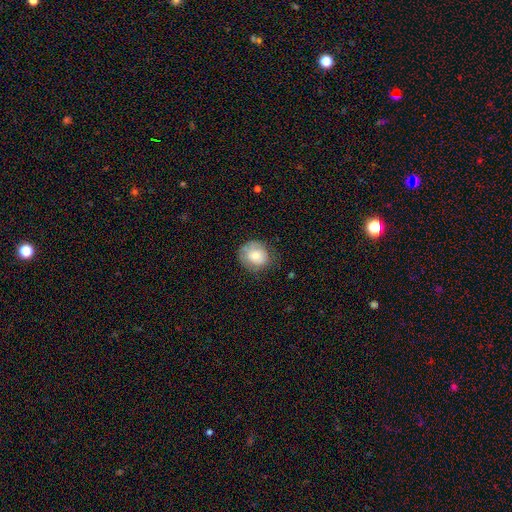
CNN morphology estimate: This is likely a smooth galaxy (70%). How rounded: likely round (78%). Merging: likely none (68%).